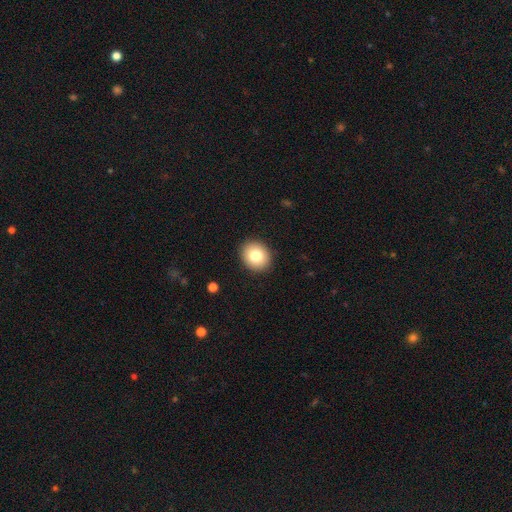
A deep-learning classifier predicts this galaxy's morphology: smooth_or_featured: smooth (p=0.80) [alt: featured or disk p=0.11]
how_rounded: round (p=0.69) [alt: in between p=0.30]
merging: none (p=0.91) [alt: minor disturbance p=0.06]